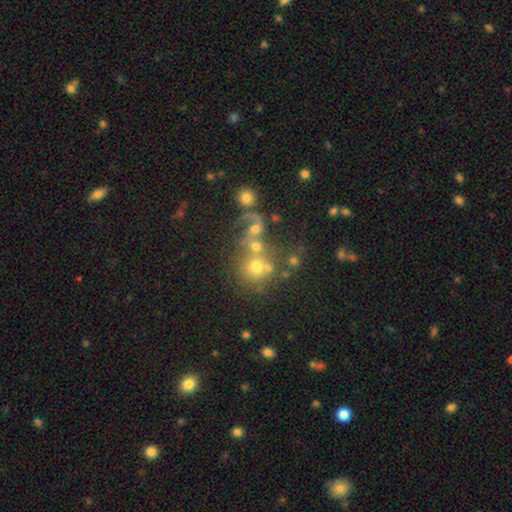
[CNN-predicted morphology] Q: Smooth or featured?
A: smooth (45%); runner-up: star or artifact (37%)
Q: Merging?
A: none (50%); runner-up: merger (34%)